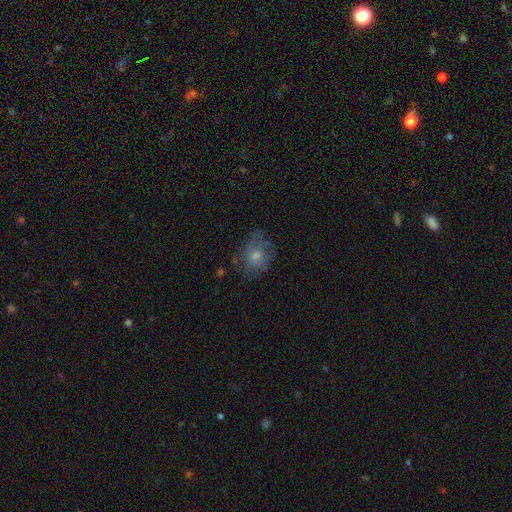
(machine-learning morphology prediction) The model was most divided on "smooth or featured": smooth: 44%, featured or disk: 40%, star or artifact: 16%. More confident: merging — none (63%).